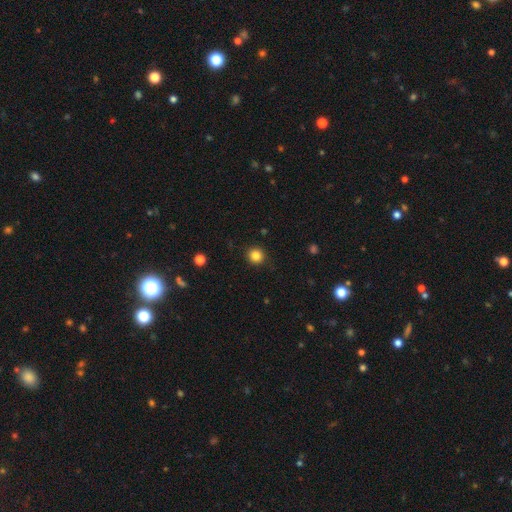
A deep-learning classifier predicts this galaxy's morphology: This is clearly a smooth galaxy (84%). How rounded: clearly round (93%). Merging: clearly none (91%).